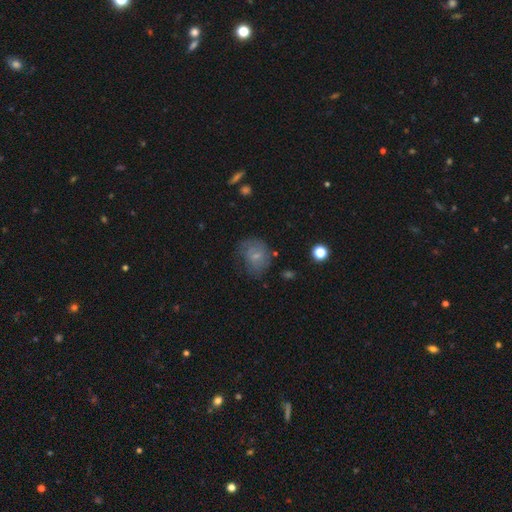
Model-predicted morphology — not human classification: Smooth or featured?
  - smooth: 59% *
  - featured or disk: 31%
  - star or artifact: 11%
How rounded?
  - round: 54% *
  - in between: 45%
  - cigar-shaped: 1%
Merging?
  - none: 51% *
  - minor disturbance: 28%
  - major disturbance: 18%
  - merger: 3%